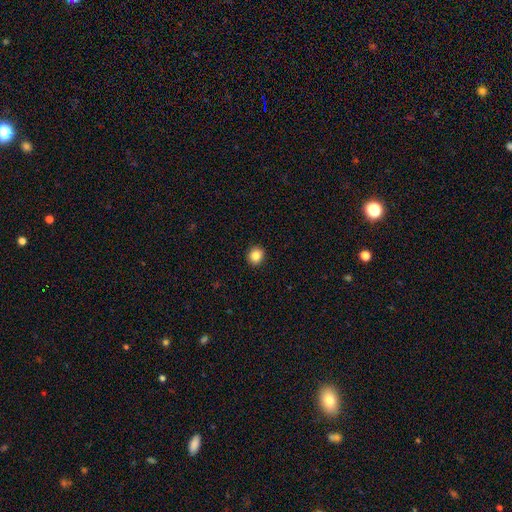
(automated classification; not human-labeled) smooth 85%, star or artifact 10%, featured or disk 5%. Down the decision tree: how rounded — round (82%); merging — none (92%).